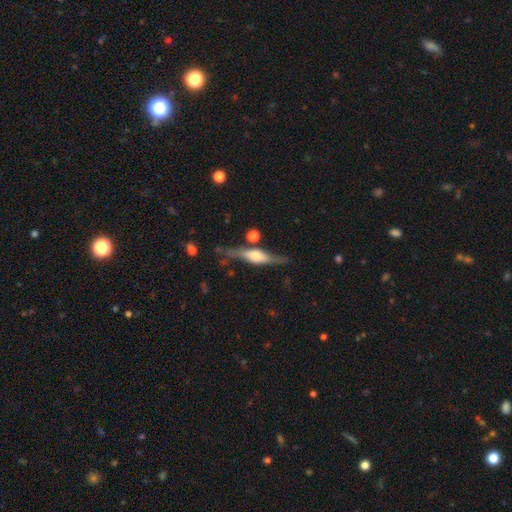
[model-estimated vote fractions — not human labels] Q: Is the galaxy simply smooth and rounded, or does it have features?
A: featured or disk — 69%.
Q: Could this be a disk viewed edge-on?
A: yes — 93%.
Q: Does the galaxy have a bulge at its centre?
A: rounded — 78%.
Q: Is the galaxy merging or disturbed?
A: none — 73%.